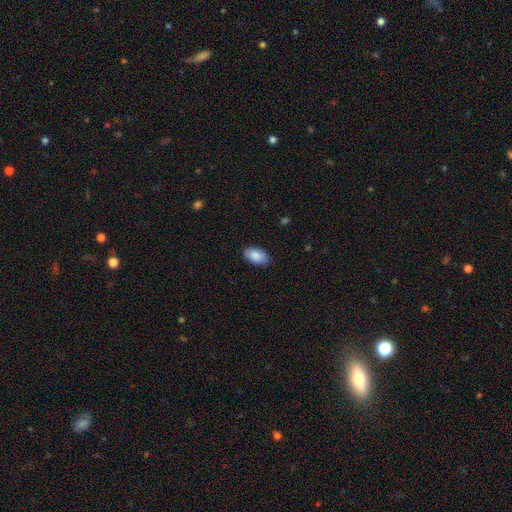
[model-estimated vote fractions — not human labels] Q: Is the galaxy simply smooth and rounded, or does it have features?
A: smooth — 87%.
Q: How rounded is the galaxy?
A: in between — 94%.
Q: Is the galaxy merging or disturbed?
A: none — 87%.